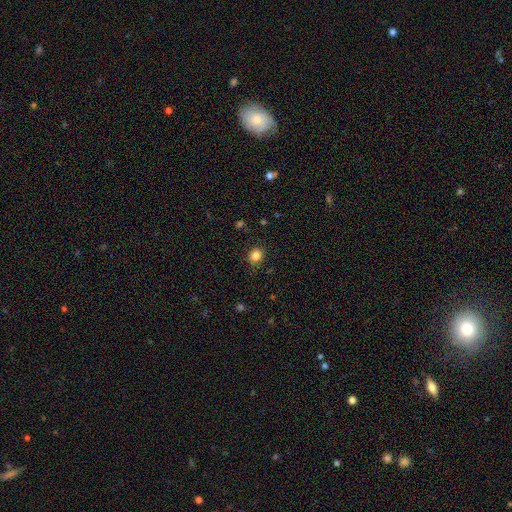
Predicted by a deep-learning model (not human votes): Morphology: type=smooth (84%); roundness=round (70%); merging=none (85%).